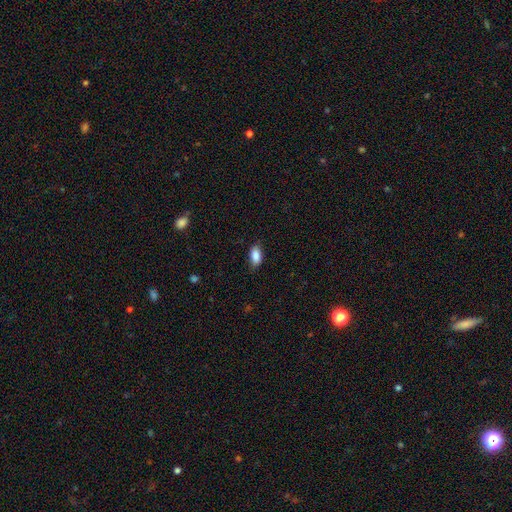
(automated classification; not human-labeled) This appears to be a smooth galaxy with no disk features (88%) that is in between round and cigar-shaped (91%). Merging: none (83%).